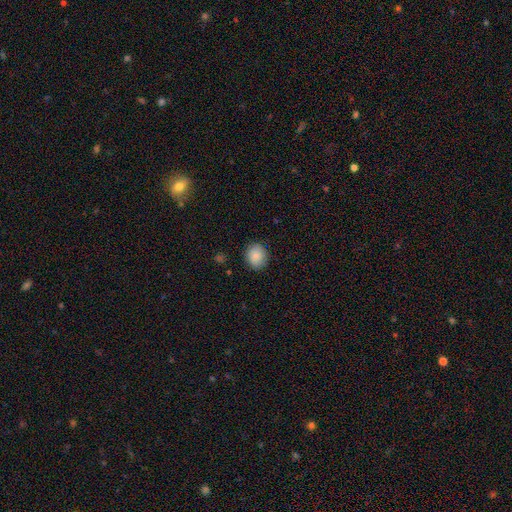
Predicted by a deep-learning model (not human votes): Morphology: type=smooth (86%); roundness=round (66%); merging=none (87%).